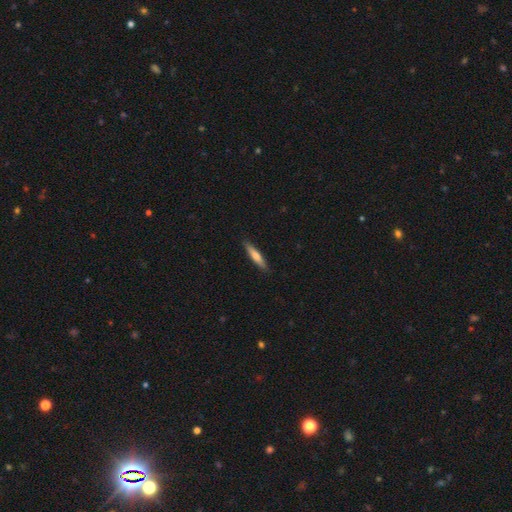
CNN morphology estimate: Q: Smooth or featured?
A: smooth (64%); runner-up: featured or disk (30%)
Q: How rounded?
A: cigar-shaped (88%); runner-up: in between (11%)
Q: Merging?
A: none (90%); runner-up: minor disturbance (8%)